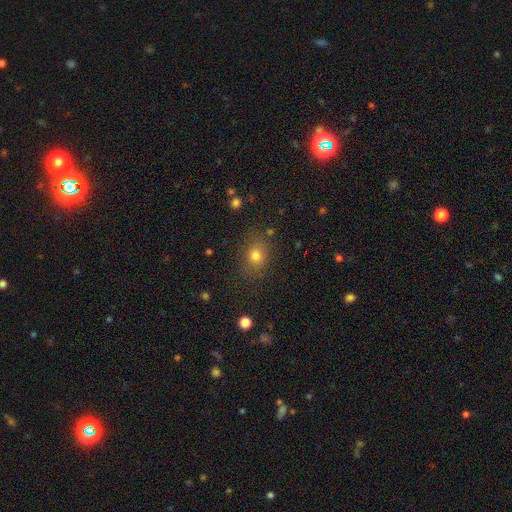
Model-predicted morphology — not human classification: smooth_or_featured: smooth (p=0.77) [alt: star or artifact p=0.14]
how_rounded: round (p=0.57) [alt: in between p=0.42]
merging: none (p=0.81) [alt: minor disturbance p=0.12]